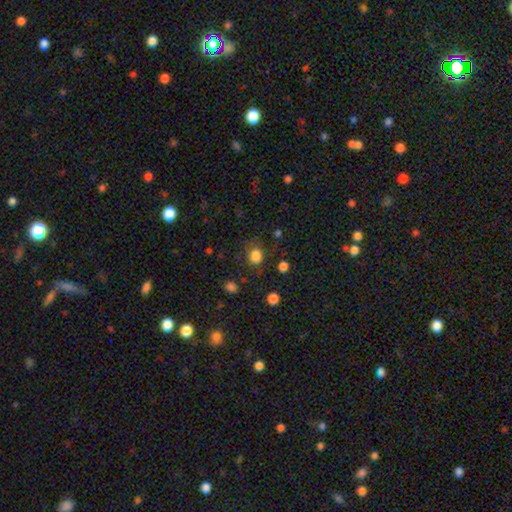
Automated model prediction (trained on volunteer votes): Overall: smooth (81%). How rounded: round (56%; in between 43%). Merging: none (67%).